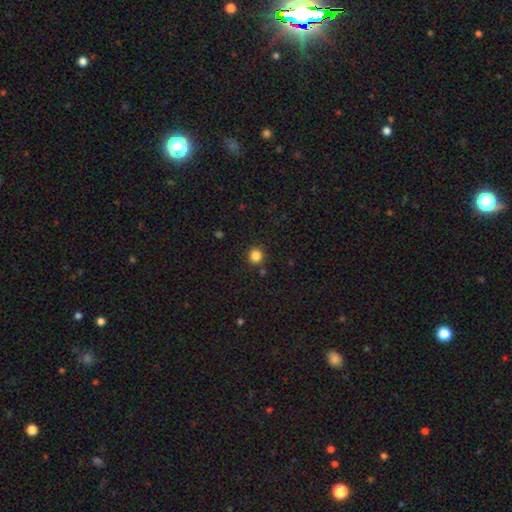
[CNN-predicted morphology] The model was most divided on "smooth or featured": smooth: 84%, star or artifact: 12%, featured or disk: 4%. More confident: how rounded — round (91%); merging — none (87%).